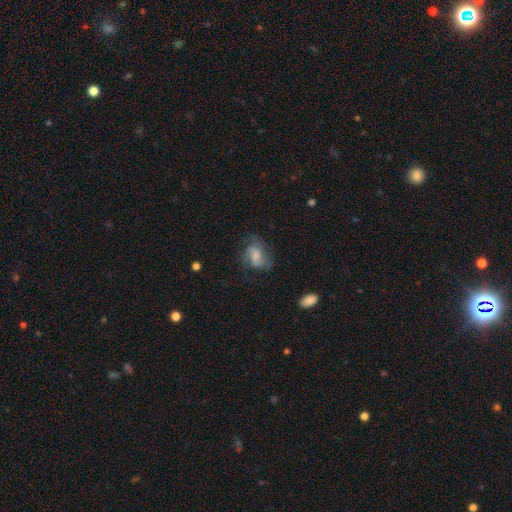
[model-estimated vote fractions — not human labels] This appears to be a smooth galaxy with no disk features (51%) that is in between round and cigar-shaped (76%). Merging: none (50%).